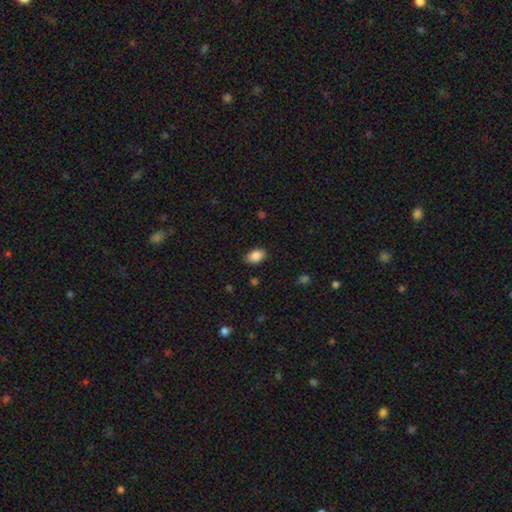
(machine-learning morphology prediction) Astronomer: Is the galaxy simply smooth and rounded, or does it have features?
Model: smooth — 87%.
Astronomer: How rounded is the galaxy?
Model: in between — 89%.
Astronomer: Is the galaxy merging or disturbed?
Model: none — 85%.